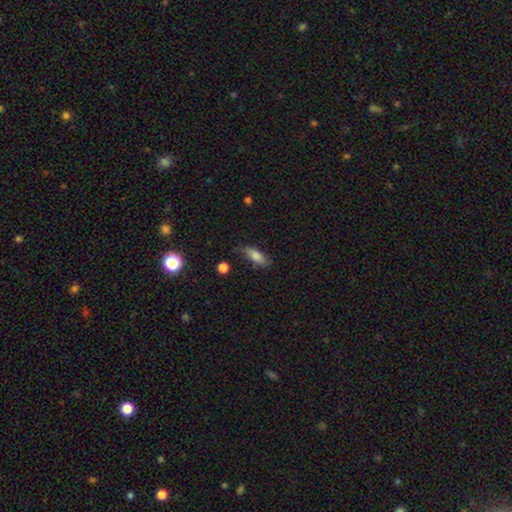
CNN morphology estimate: Smooth or featured? Predicted: smooth (p=0.79). How rounded? Predicted: in between (p=0.73). Merging? Predicted: none (p=0.70).